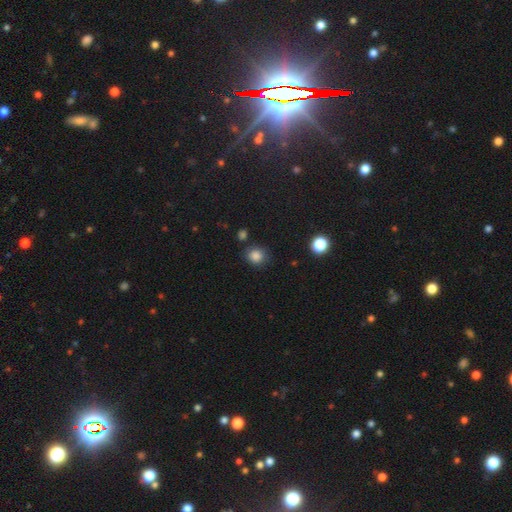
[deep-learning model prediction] Morphology: type=smooth (85%); roundness=round (79%); merging=none (79%).